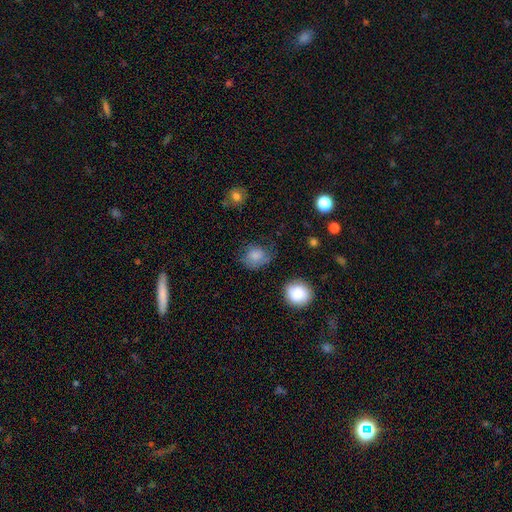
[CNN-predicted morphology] smooth_or_featured: smooth (p=0.75) [alt: featured or disk p=0.15]
how_rounded: round (p=0.62) [alt: in between p=0.37]
merging: none (p=0.50) [alt: minor disturbance p=0.30]